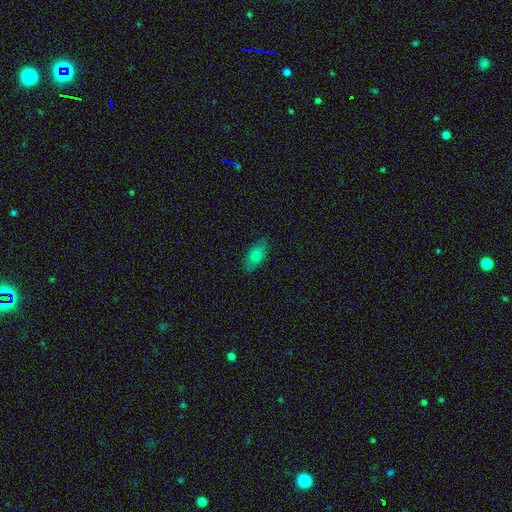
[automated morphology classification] Smooth or featured? Predicted: smooth (p=0.76). How rounded? Predicted: in between (p=0.89). Merging? Predicted: none (p=0.85).